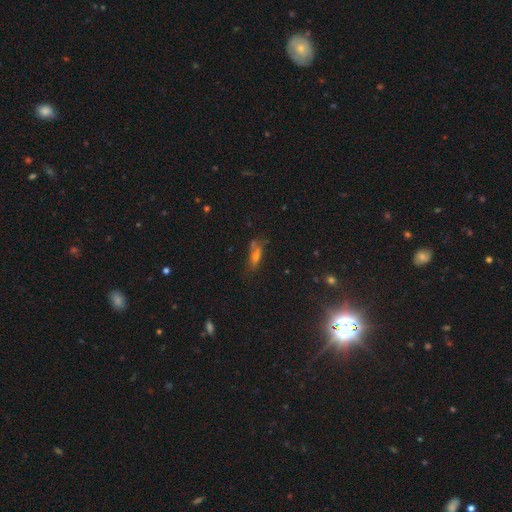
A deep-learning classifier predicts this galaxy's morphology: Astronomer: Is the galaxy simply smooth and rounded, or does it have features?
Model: smooth — 44% (runner-up: star or artifact, 28%).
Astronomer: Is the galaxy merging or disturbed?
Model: none — 54%.